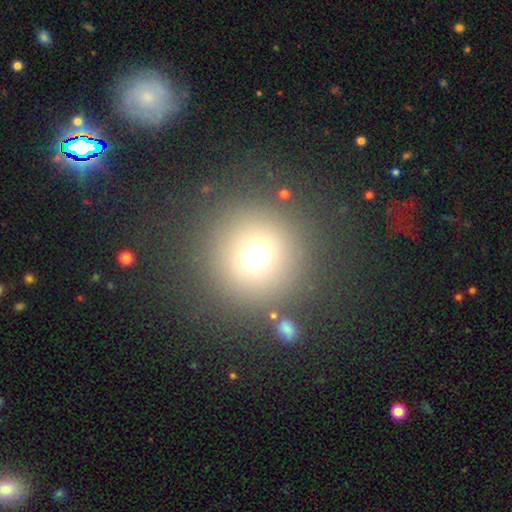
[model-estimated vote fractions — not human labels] smooth 71%, star or artifact 18%, featured or disk 10%. Down the decision tree: how rounded — round (95%); merging — none (84%).